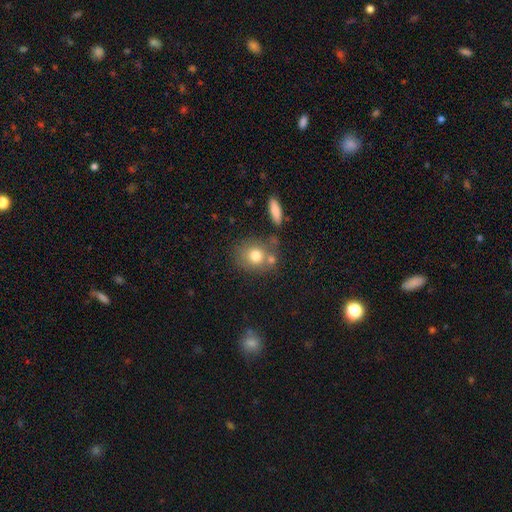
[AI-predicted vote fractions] smooth_or_featured: smooth (p=0.75) [alt: featured or disk p=0.15]
how_rounded: round (p=0.75) [alt: in between p=0.24]
merging: none (p=0.59) [alt: merger p=0.22]